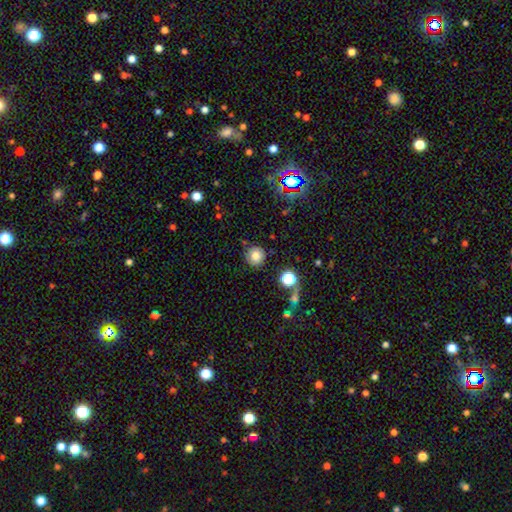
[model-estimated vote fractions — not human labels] Smooth or featured?
  - smooth: 79% *
  - star or artifact: 12%
  - featured or disk: 9%
How rounded?
  - round: 93% *
  - in between: 6%
  - cigar-shaped: 1%
Merging?
  - none: 84% *
  - minor disturbance: 10%
  - merger: 3%
  - major disturbance: 3%